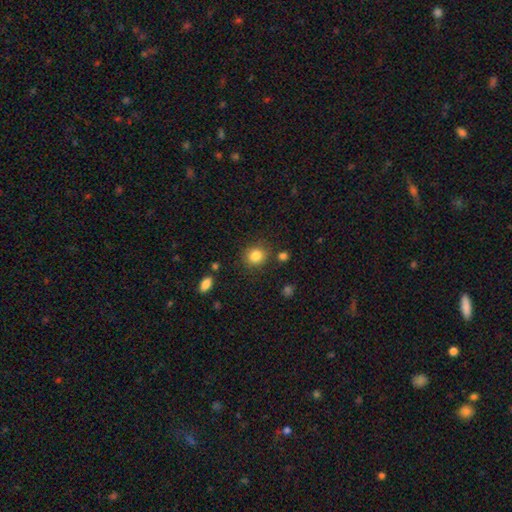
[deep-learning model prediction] The model was most divided on "how rounded": round: 79%, in between: 20%, cigar-shaped: 1%. More confident: smooth or featured — smooth (85%); merging — none (82%).